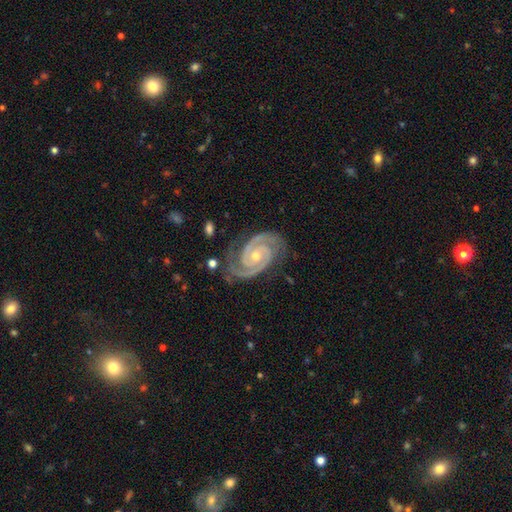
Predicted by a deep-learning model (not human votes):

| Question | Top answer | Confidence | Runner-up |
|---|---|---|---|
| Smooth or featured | featured or disk | 94% | star or artifact (4%) |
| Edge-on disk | no | 98% | yes (2%) |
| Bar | no | 64% | weak (25%) |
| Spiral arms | yes | 99% | no (1%) |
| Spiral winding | tight | 69% | medium (28%) |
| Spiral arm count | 2 | 90% | 3 (5%) |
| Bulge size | small | 53% | moderate (44%) |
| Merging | none | 80% | minor disturbance (15%) |